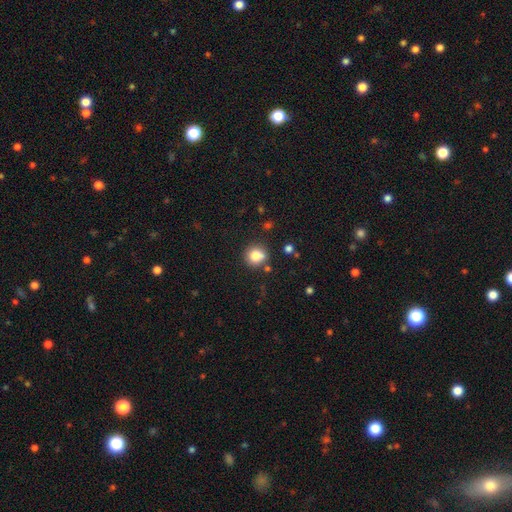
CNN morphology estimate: A smooth galaxy with no disk features (80%) that is round (88%).

Vote fractions:
- Smooth or featured? smooth: 80% / star or artifact: 11% / featured or disk: 9%
- How rounded? round: 88% / in between: 11% / cigar-shaped: 1%
- Merging? none: 74% / minor disturbance: 12% / merger: 10% / major disturbance: 4%